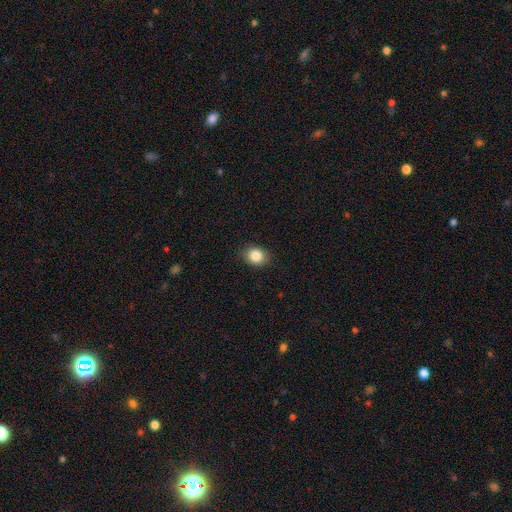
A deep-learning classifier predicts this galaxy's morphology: Overall: smooth (86%). How rounded: in between (53%; round 46%). Merging: none (87%).